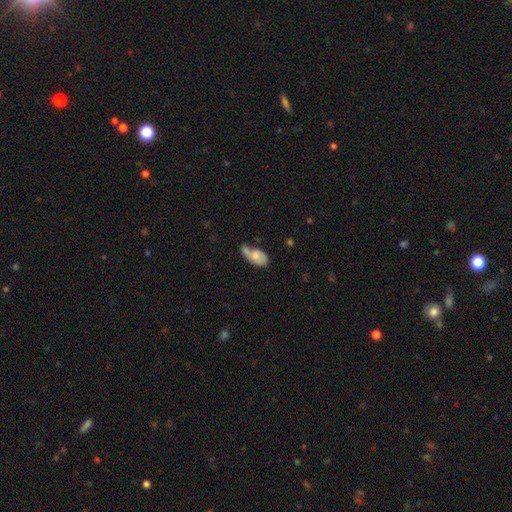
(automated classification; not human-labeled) smooth_or_featured: smooth (p=0.59) [alt: featured or disk p=0.33]
how_rounded: in between (p=0.90) [alt: round p=0.06]
merging: minor disturbance (p=0.28) [alt: none p=0.27]